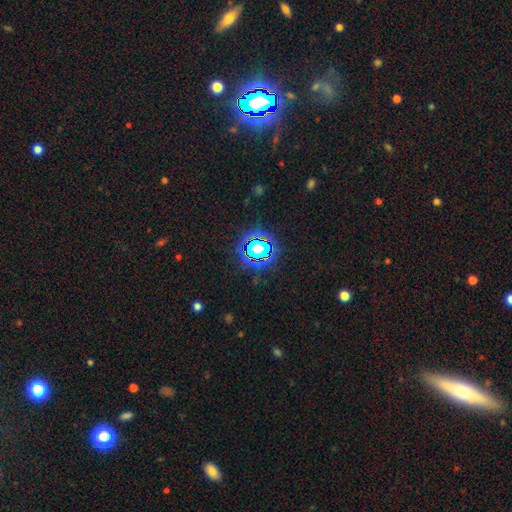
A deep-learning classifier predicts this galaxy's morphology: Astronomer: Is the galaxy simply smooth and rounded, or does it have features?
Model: star or artifact — 75%.